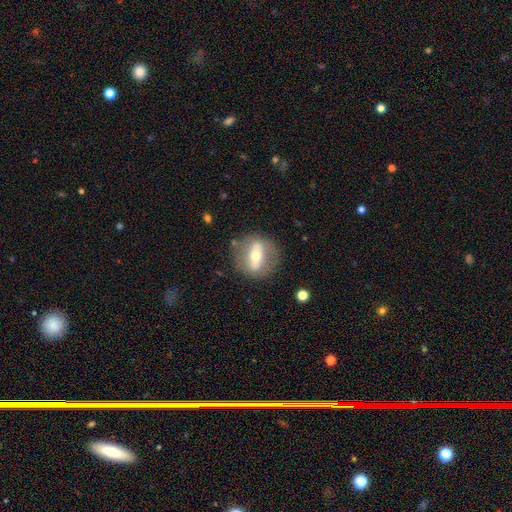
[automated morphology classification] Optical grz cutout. It shows a featured or disk galaxy (59%). Merging: none (80%).